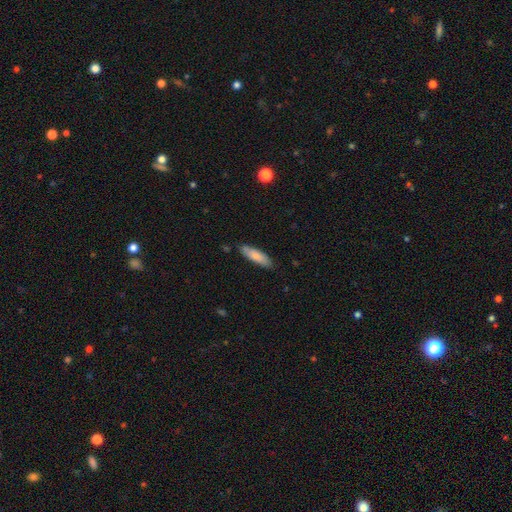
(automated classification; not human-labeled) Smooth or featured: smooth — 79% (featured or disk — 15%)
How rounded: cigar-shaped — 61% (in between — 38%)
Merging: none — 82% (minor disturbance — 14%)